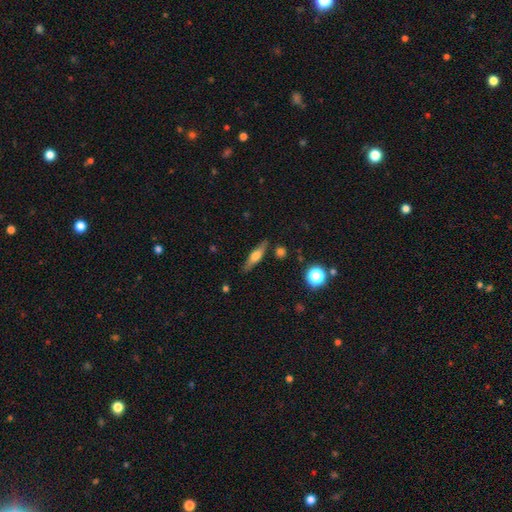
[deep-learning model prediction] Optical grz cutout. It shows a smooth galaxy with no disk features (47%). Merging: none (84%).